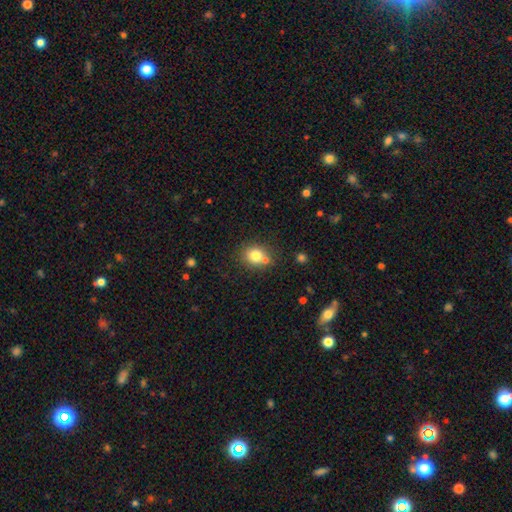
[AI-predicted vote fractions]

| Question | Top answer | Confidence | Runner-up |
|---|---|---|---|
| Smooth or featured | smooth | 78% | star or artifact (12%) |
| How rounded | round | 77% | in between (22%) |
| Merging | none | 63% | merger (23%) |